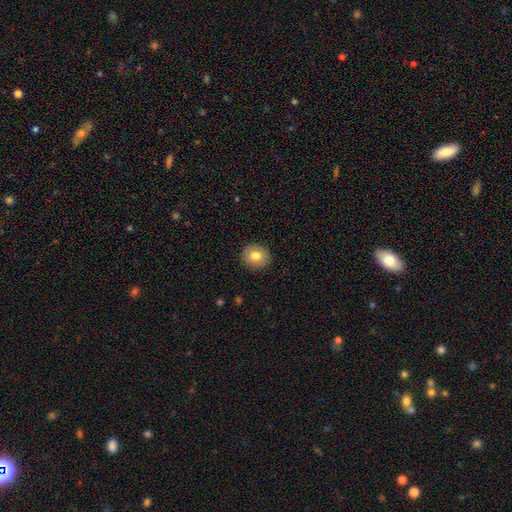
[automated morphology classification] This appears to be a smooth galaxy with no disk features (81%) that is round (76%). Merging: none (91%).